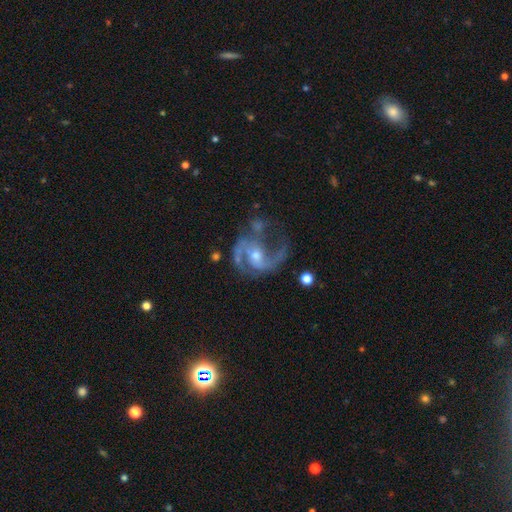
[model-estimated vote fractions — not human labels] smooth_or_featured: featured or disk (p=0.89) [alt: star or artifact p=0.06]
disk_edge_on: no (p=0.98) [alt: yes p=0.02]
bar: no (p=0.47) [alt: weak p=0.40]
has_spiral_arms: yes (p=0.96) [alt: no p=0.04]
spiral_winding: medium (p=0.51) [alt: loose p=0.38]
spiral_arm_count: 2 (p=0.84) [alt: 3 p=0.05]
bulge_size: moderate (p=0.48) [alt: small p=0.47]
merging: none (p=0.54) [alt: major disturbance p=0.21]